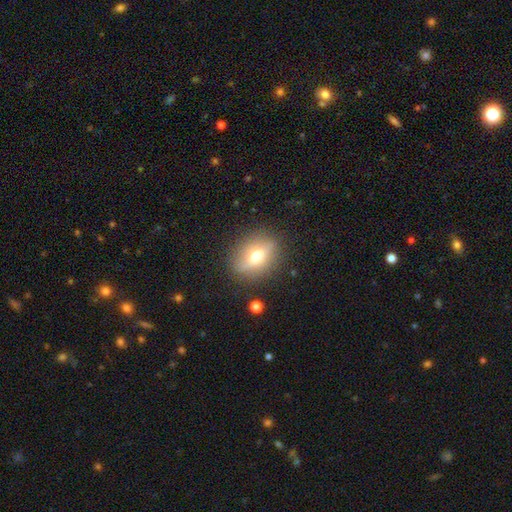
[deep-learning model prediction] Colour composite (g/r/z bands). It shows a smooth galaxy with no disk features (53%) that is in between round and cigar-shaped (55%). Merging: none (83%).